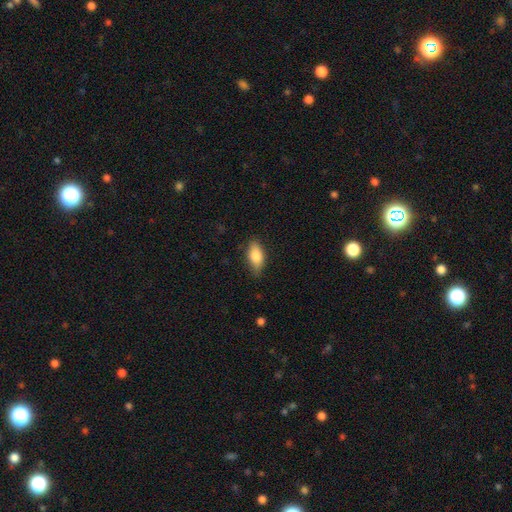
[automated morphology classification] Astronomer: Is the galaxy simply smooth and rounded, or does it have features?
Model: smooth — 81%.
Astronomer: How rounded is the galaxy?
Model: in between — 87%.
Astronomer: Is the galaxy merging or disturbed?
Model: none — 79%.